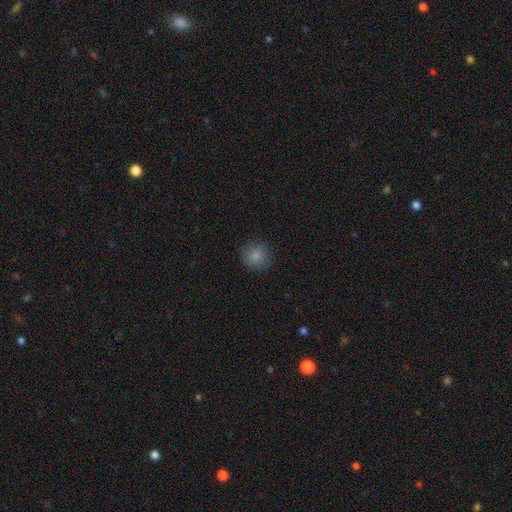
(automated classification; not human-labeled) Q: Smooth or featured?
A: smooth (85%); runner-up: star or artifact (10%)
Q: How rounded?
A: round (92%); runner-up: in between (7%)
Q: Merging?
A: none (86%); runner-up: minor disturbance (10%)